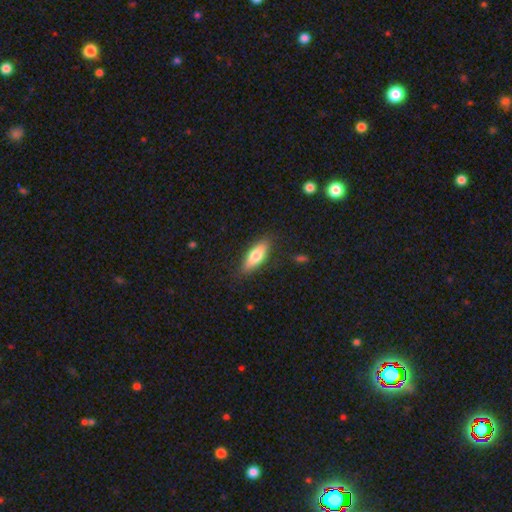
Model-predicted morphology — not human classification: smooth_or_featured: smooth (p=0.70) [alt: featured or disk p=0.24]
how_rounded: in between (p=0.63) [alt: cigar-shaped p=0.35]
merging: none (p=0.84) [alt: minor disturbance p=0.12]